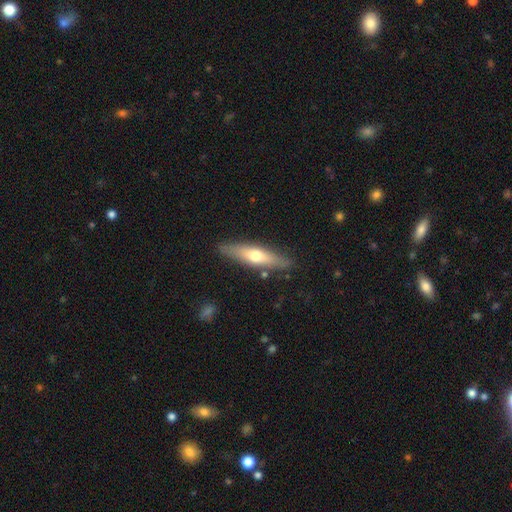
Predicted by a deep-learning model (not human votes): The model was most divided on "smooth or featured": smooth: 51%, featured or disk: 44%, star or artifact: 5%. More confident: merging — none (85%); how rounded — cigar-shaped (75%).